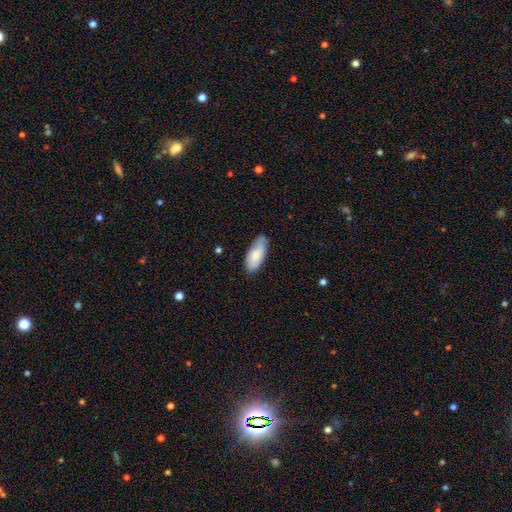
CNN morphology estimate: This appears to be a smooth galaxy with no disk features (82%) that is in between round and cigar-shaped (84%). Merging: none (74%).